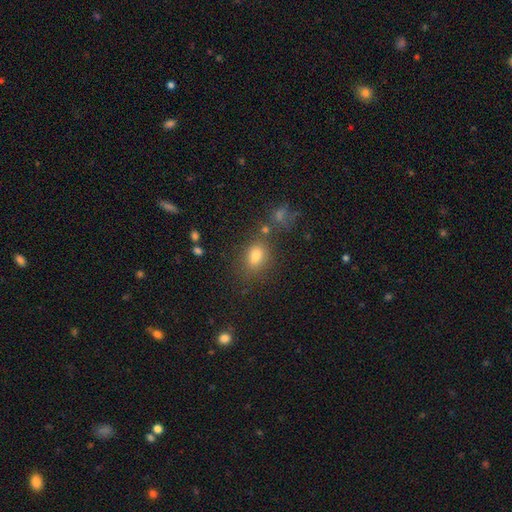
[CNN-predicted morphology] A smooth galaxy with no disk features (78%) that is in between round and cigar-shaped (72%).

Vote fractions:
- Smooth or featured? smooth: 78% / star or artifact: 14% / featured or disk: 9%
- How rounded? in between: 72% / round: 26% / cigar-shaped: 2%
- Merging? none: 68% / minor disturbance: 14% / merger: 12% / major disturbance: 6%